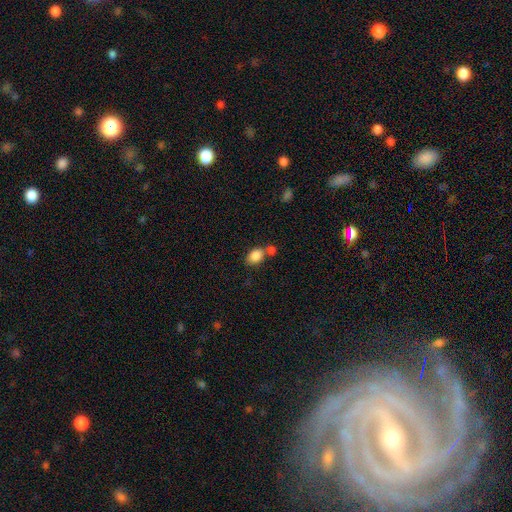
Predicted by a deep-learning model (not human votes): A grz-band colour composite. It shows a smooth galaxy with no disk features (85%) that is in between round and cigar-shaped (74%). Merging: none (47%).